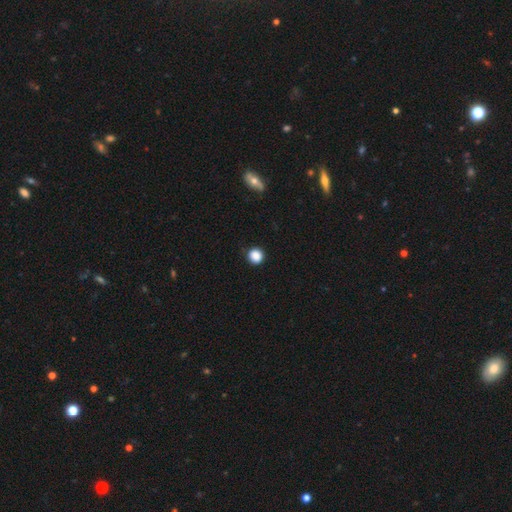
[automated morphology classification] The model was most divided on "smooth or featured": smooth: 87%, star or artifact: 10%, featured or disk: 3%. More confident: how rounded — round (93%); merging — none (89%).